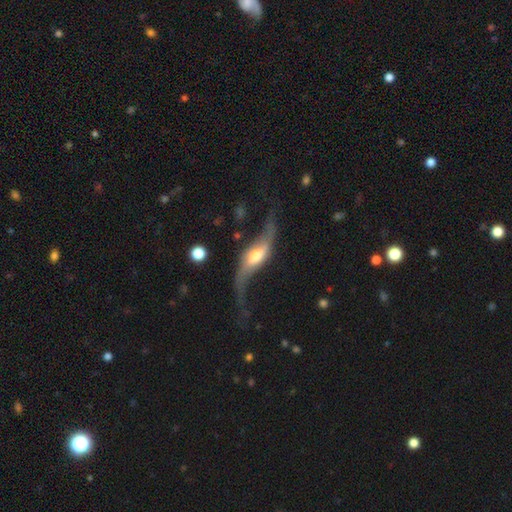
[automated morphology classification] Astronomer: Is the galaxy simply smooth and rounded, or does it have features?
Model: featured or disk — 80%.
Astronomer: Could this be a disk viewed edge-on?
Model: no — 71%.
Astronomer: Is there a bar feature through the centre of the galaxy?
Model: weak — 39% (runner-up: strong, 33%).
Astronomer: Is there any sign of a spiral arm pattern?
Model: yes — 89%.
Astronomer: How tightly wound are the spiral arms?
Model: loose — 94%.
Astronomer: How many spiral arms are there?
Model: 2 — 92%.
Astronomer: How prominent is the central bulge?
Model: moderate — 56%.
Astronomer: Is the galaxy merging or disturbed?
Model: none — 48% (runner-up: major disturbance, 27%).